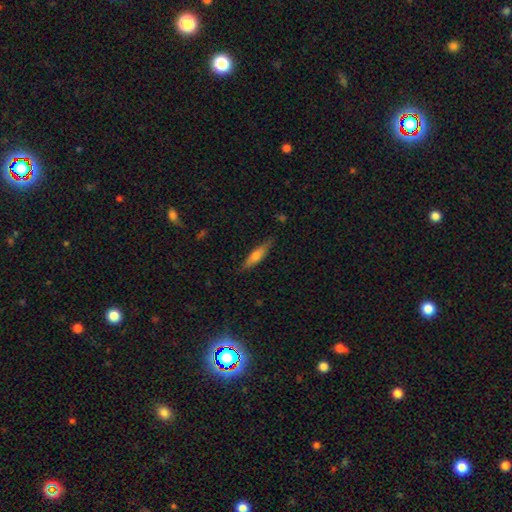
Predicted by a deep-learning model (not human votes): Overall: smooth (58%; featured or disk 36%). How rounded: cigar-shaped (73%). Merging: none (83%).